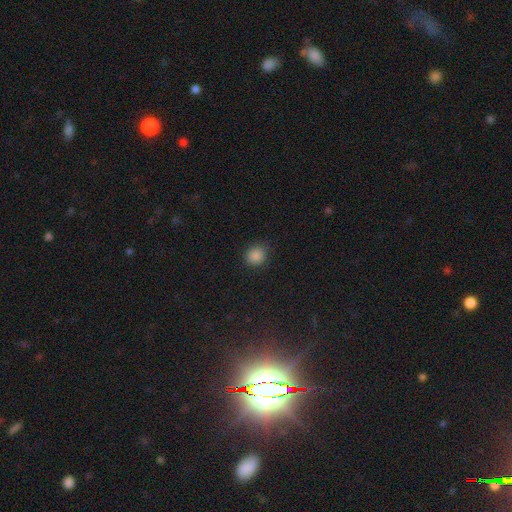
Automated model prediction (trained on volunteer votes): smooth-or-featured: smooth: 85% | star or artifact: 12% | featured or disk: 3%
  how-rounded: round: 82% | in between: 17% | cigar-shaped: 1%
  merging: none: 83% | minor disturbance: 12% | major disturbance: 3% | merger: 1%